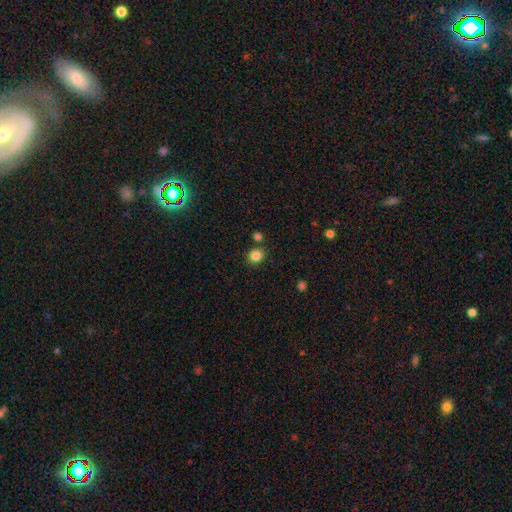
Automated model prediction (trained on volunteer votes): Overall: smooth (84%). How rounded: round (79%). Merging: none (82%).